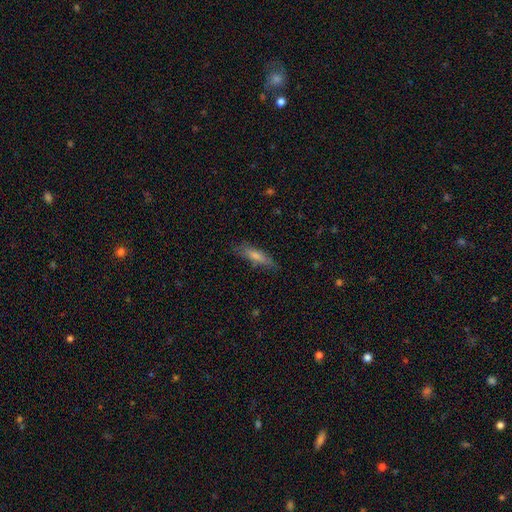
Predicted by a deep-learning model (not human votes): smooth_or_featured: smooth (p=0.59) [alt: featured or disk p=0.31]
how_rounded: cigar-shaped (p=0.74) [alt: in between p=0.24]
merging: none (p=0.78) [alt: minor disturbance p=0.17]